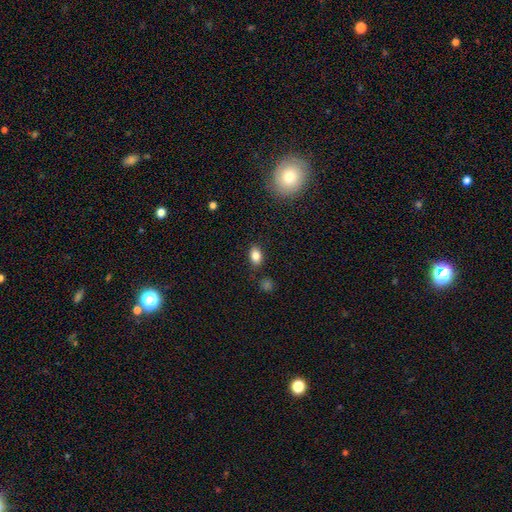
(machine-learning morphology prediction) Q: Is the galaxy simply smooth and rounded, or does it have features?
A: smooth — 83%.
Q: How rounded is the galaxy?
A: in between — 80%.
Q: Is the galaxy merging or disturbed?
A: none — 84%.